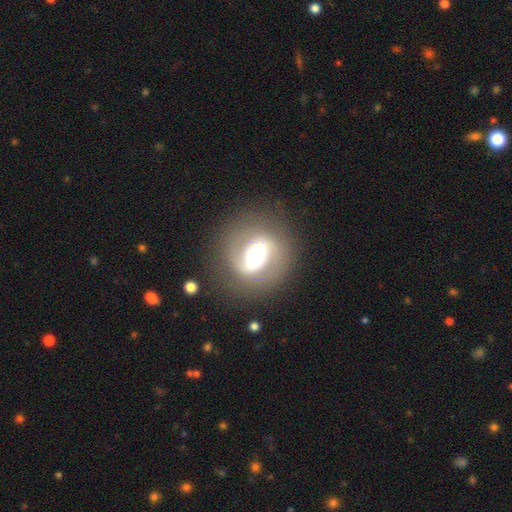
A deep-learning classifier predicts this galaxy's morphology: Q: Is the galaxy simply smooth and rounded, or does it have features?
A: featured or disk — 76%.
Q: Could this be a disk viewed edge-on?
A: no — 97%.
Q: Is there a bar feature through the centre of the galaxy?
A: strong — 40%.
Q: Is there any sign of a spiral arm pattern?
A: yes — 86%.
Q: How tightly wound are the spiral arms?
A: medium — 48%.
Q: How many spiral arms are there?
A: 2 — 88%.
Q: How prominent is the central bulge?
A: moderate — 55%.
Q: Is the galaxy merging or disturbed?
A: none — 81%.